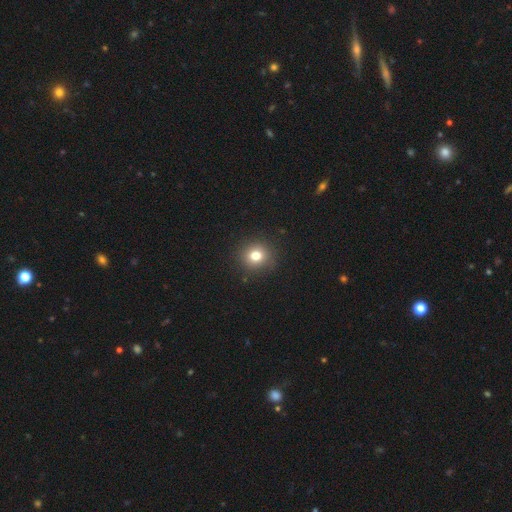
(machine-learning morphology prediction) type=smooth (78%); roundness=round (88%); merging=none (90%).